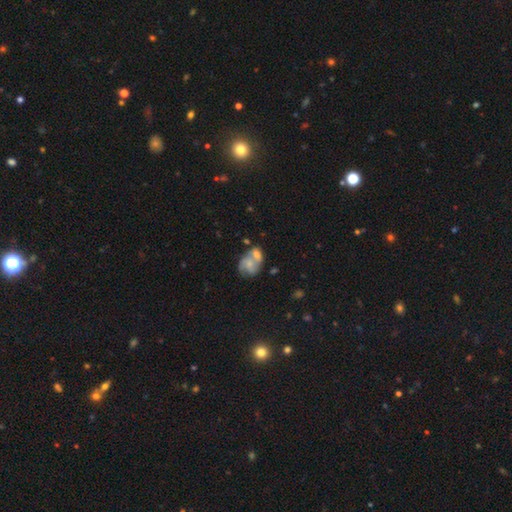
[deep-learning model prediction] Smooth or featured? Predicted: featured or disk (p=0.50). Edge-on disk? Predicted: no (p=0.97). Merging? Predicted: merger (p=0.55).